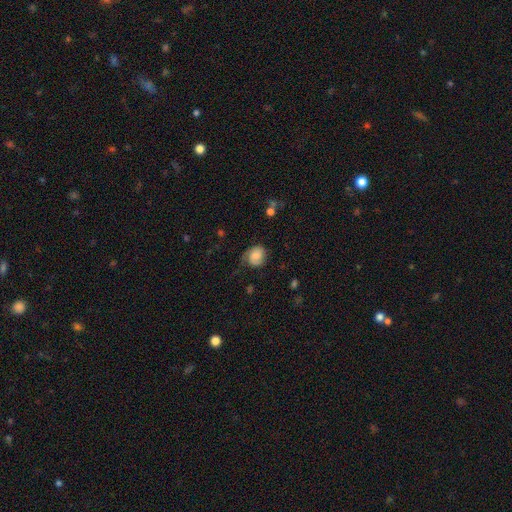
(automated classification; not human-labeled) smooth_or_featured: smooth (p=0.51) [alt: featured or disk p=0.40]
how_rounded: round (p=0.61) [alt: in between p=0.38]
merging: none (p=0.50) [alt: minor disturbance p=0.29]